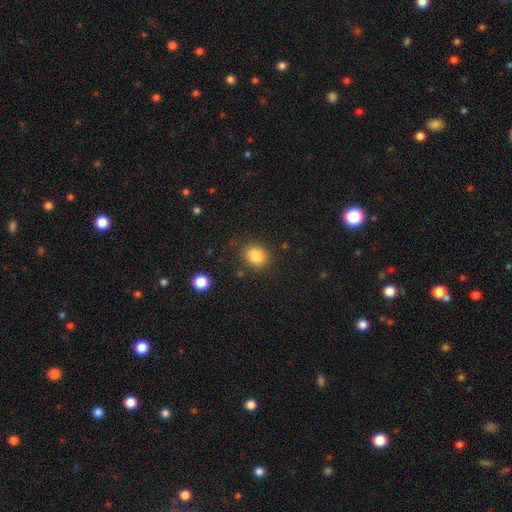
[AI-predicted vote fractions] Smooth or featured?
  - smooth: 84% *
  - star or artifact: 10%
  - featured or disk: 6%
How rounded?
  - round: 69% *
  - in between: 30%
  - cigar-shaped: 1%
Merging?
  - none: 84% *
  - minor disturbance: 10%
  - major disturbance: 3%
  - merger: 2%